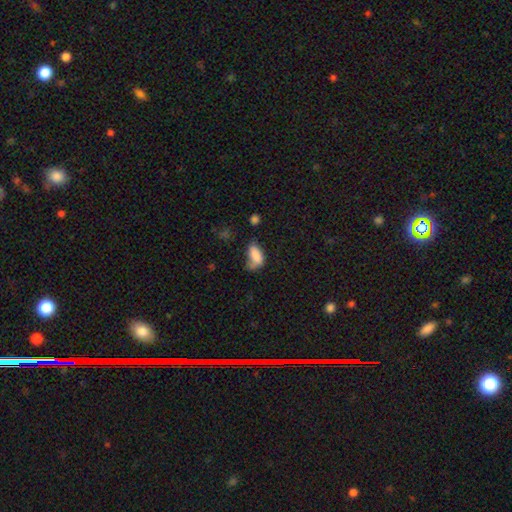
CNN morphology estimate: smooth-or-featured: smooth: 80% | featured or disk: 11% | star or artifact: 9%
  how-rounded: in between: 88% | cigar-shaped: 8% | round: 4%
  merging: none: 34% | minor disturbance: 32% | major disturbance: 23% | merger: 10%